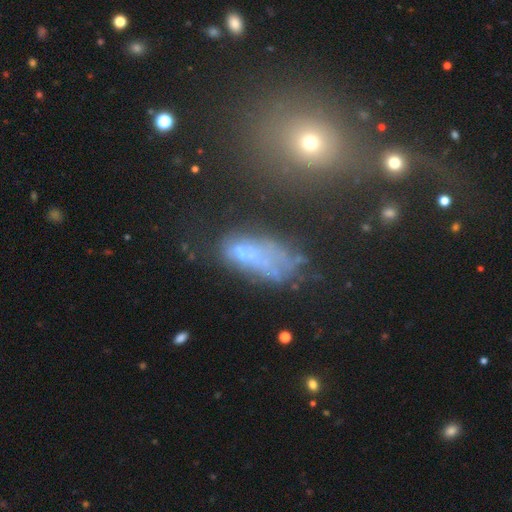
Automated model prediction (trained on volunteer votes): Smooth or featured? featured or disk (43%)
Merging? none (33%)